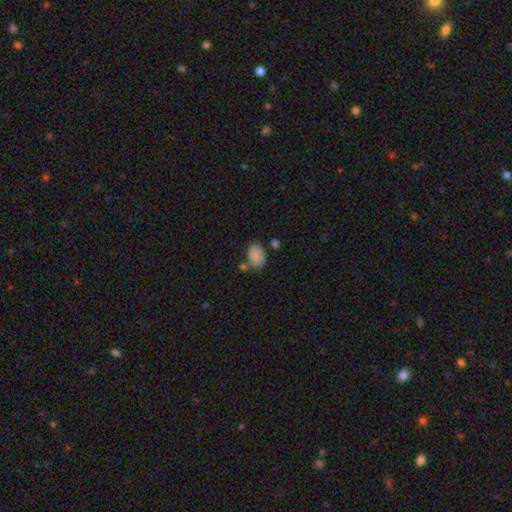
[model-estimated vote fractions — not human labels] Smooth or featured: smooth — 85% (star or artifact — 9%)
How rounded: in between — 79% (round — 20%)
Merging: none — 62% (minor disturbance — 18%)